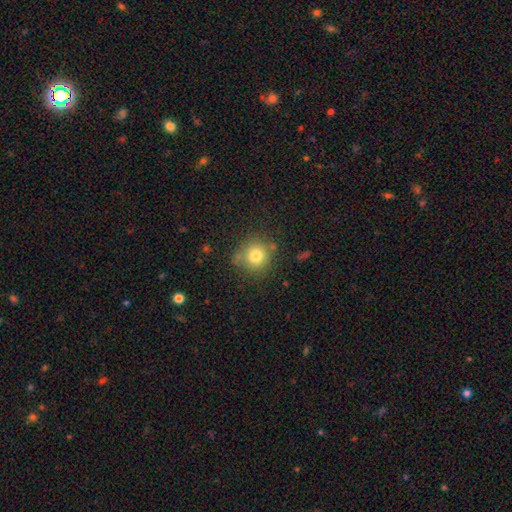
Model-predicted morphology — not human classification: This appears to be a smooth galaxy with no disk features (78%) that is round (90%). Merging: none (75%).